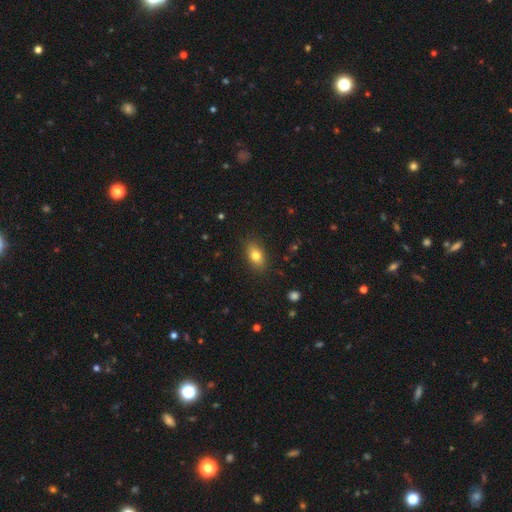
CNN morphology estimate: smooth 79%, featured or disk 12%, star or artifact 9%. Down the decision tree: how rounded — in between (85%); merging — none (87%).